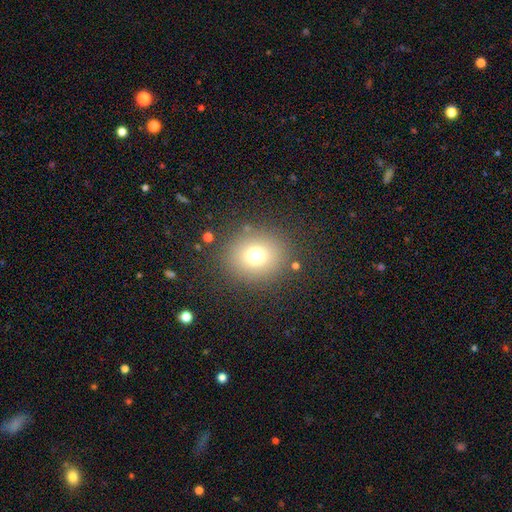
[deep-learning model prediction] The model was most divided on "smooth or featured": smooth: 71%, star or artifact: 18%, featured or disk: 11%. More confident: merging — none (84%); how rounded — round (80%).